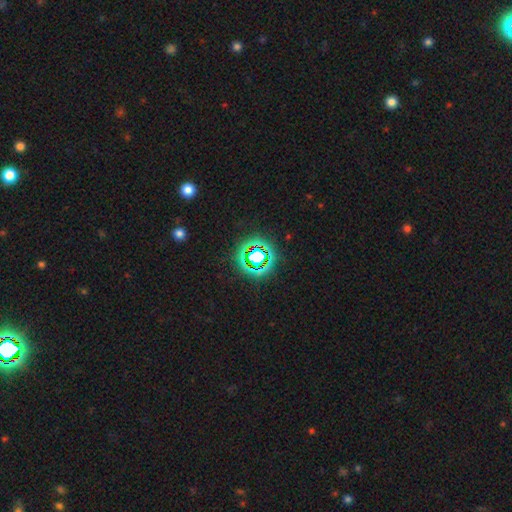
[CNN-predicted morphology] This is likely a star or artifact rather than a galaxy (72%).